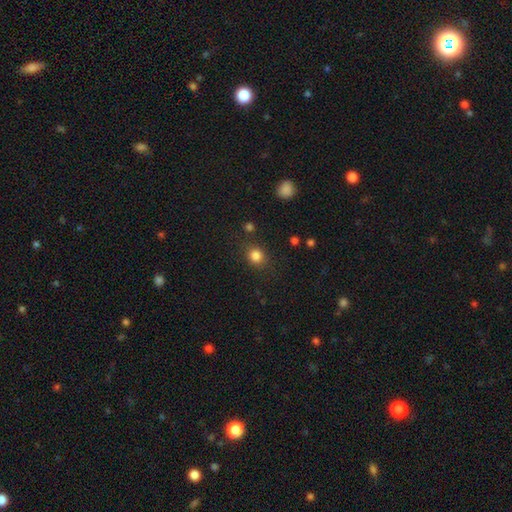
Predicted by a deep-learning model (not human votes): A smooth galaxy with no disk features (83%) that is round (80%).

Vote fractions:
- Smooth or featured? smooth: 83% / star or artifact: 12% / featured or disk: 5%
- How rounded? round: 80% / in between: 19% / cigar-shaped: 1%
- Merging? none: 82% / minor disturbance: 11% / major disturbance: 4% / merger: 3%